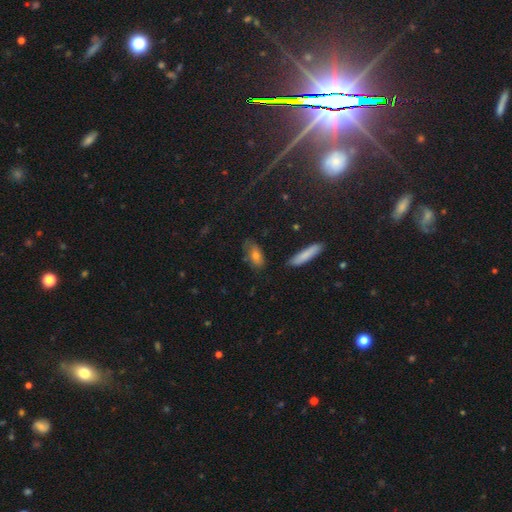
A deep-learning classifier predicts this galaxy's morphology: A smooth galaxy with no disk features (69%) that is in between round and cigar-shaped (79%).

Vote fractions:
- Smooth or featured? smooth: 69% / featured or disk: 21% / star or artifact: 10%
- How rounded? in between: 79% / cigar-shaped: 17% / round: 5%
- Merging? none: 67% / minor disturbance: 23% / major disturbance: 6% / merger: 4%